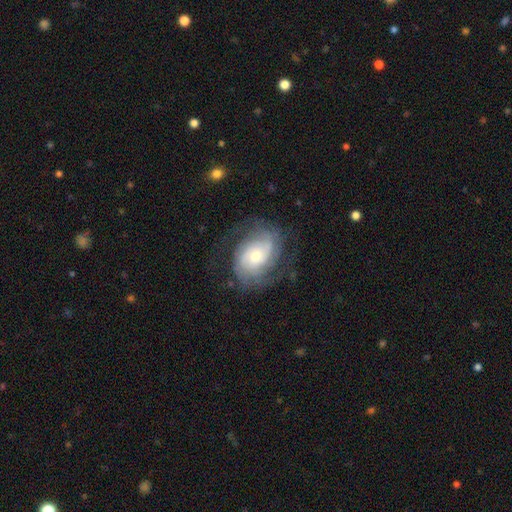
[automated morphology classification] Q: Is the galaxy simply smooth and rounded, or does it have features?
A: featured or disk — 77%.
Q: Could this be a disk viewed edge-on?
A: no — 97%.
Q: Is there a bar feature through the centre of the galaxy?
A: no — 68%.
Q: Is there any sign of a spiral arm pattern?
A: yes — 92%.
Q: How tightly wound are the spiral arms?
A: tight — 46%.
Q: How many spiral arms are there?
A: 2 — 40%.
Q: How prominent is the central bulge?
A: small — 44%.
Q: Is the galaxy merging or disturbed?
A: none — 63%.